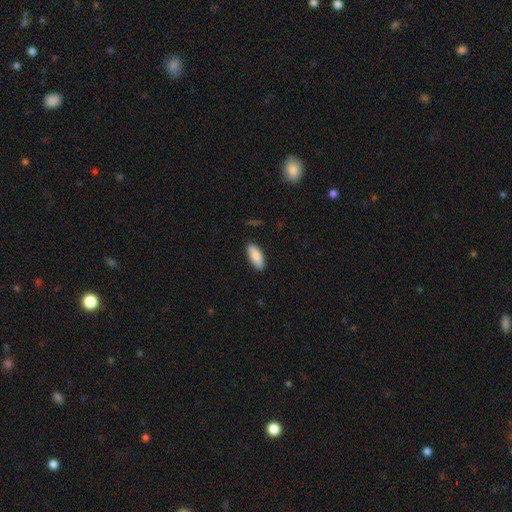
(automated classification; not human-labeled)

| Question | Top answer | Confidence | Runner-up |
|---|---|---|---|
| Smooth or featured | smooth | 87% | featured or disk (7%) |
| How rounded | in between | 74% | cigar-shaped (24%) |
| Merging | none | 88% | minor disturbance (10%) |